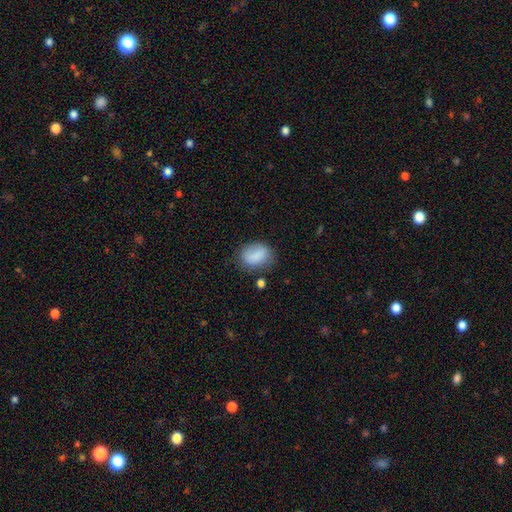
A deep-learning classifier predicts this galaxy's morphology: A smooth galaxy with no disk features (84%) that is in between round and cigar-shaped (72%).

Vote fractions:
- Smooth or featured? smooth: 84% / star or artifact: 8% / featured or disk: 8%
- How rounded? in between: 72% / round: 27% / cigar-shaped: 1%
- Merging? none: 67% / minor disturbance: 22% / major disturbance: 7% / merger: 3%